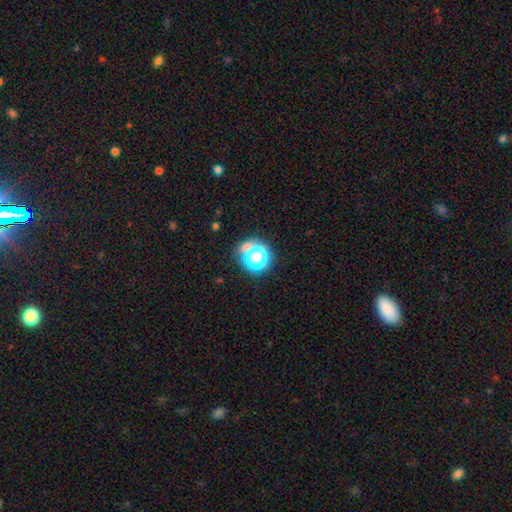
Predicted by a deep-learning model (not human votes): smooth_or_featured: smooth (p=0.53) [alt: star or artifact p=0.33]
how_rounded: round (p=0.88) [alt: in between p=0.11]
merging: none (p=0.64) [alt: minor disturbance p=0.15]